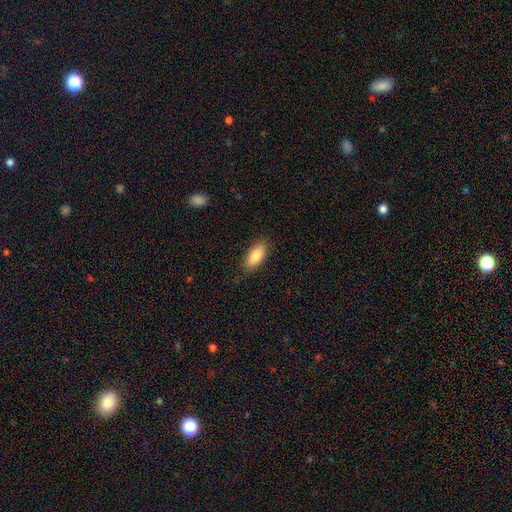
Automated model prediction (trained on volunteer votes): Smooth or featured?
  - smooth: 83% *
  - featured or disk: 11%
  - star or artifact: 6%
How rounded?
  - in between: 84% *
  - cigar-shaped: 14%
  - round: 2%
Merging?
  - none: 84% *
  - minor disturbance: 12%
  - major disturbance: 3%
  - merger: 1%